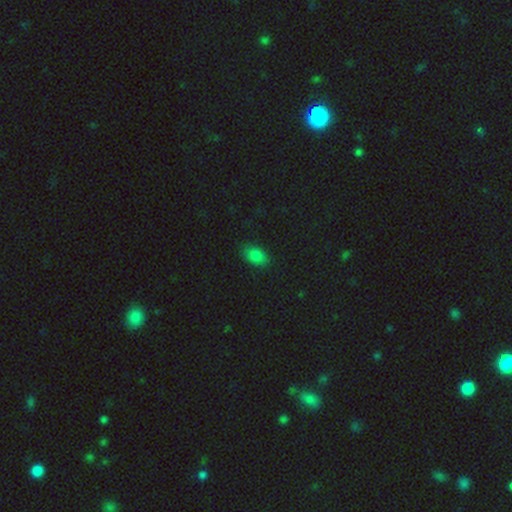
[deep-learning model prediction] Morphology: type=smooth (81%); roundness=in between (87%); merging=none (86%).